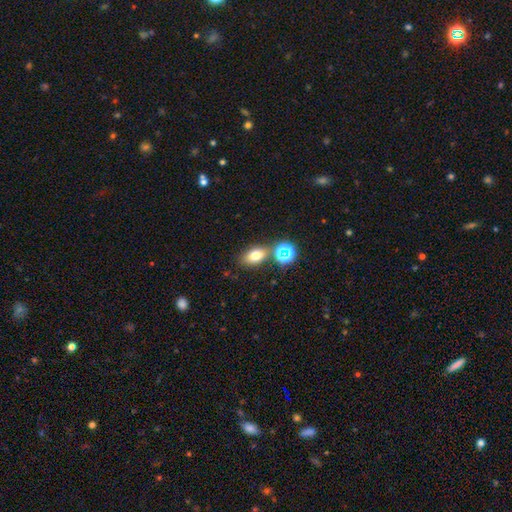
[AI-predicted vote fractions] A smooth galaxy with no disk features (71%) that is in between round and cigar-shaped (78%).

Vote fractions:
- Smooth or featured? smooth: 71% / star or artifact: 16% / featured or disk: 13%
- How rounded? in between: 78% / round: 17% / cigar-shaped: 4%
- Merging? none: 69% / merger: 14% / minor disturbance: 12% / major disturbance: 4%